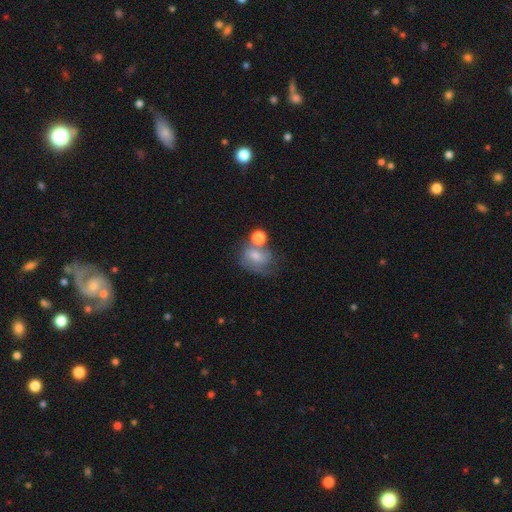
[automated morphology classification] The model was most divided on "how rounded": in between: 50%, round: 48%, cigar-shaped: 1%. Remaining: smooth or featured — smooth (54%); merging — none (33%).